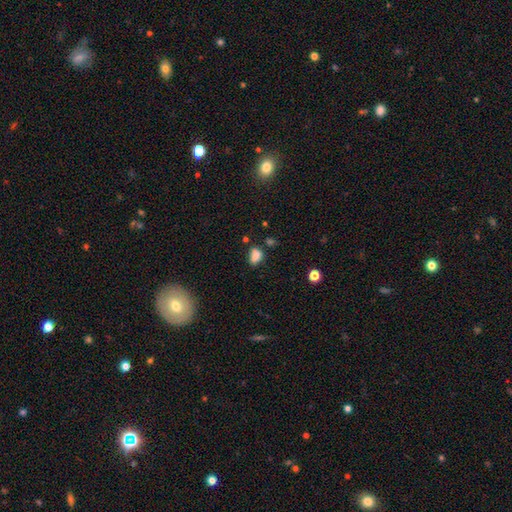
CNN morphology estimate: The model was most divided on "merging": none: 47%, minor disturbance: 24%, merger: 20%, major disturbance: 9%. More confident: how rounded — in between (77%); smooth or featured — smooth (76%).